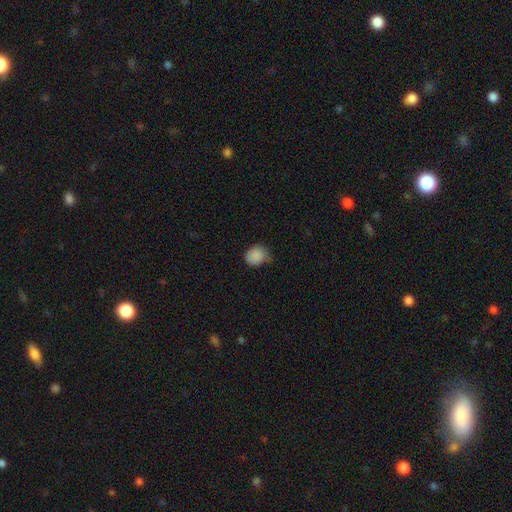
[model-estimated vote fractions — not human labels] smooth_or_featured: smooth (p=0.87) [alt: star or artifact p=0.09]
how_rounded: round (p=0.65) [alt: in between p=0.34]
merging: none (p=0.55) [alt: minor disturbance p=0.36]